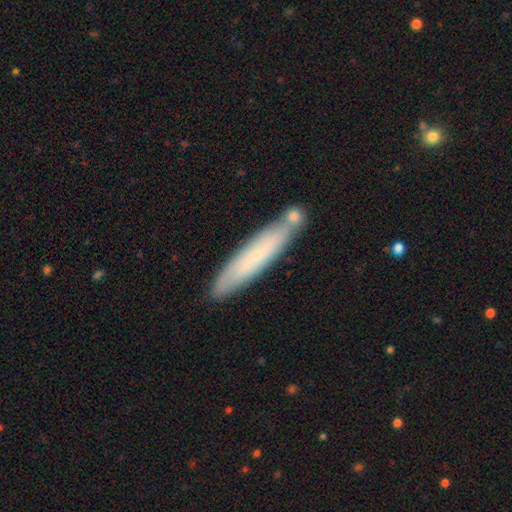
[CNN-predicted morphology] Overall: smooth (58%; featured or disk 35%). How rounded: cigar-shaped (89%). Merging: none (71%).